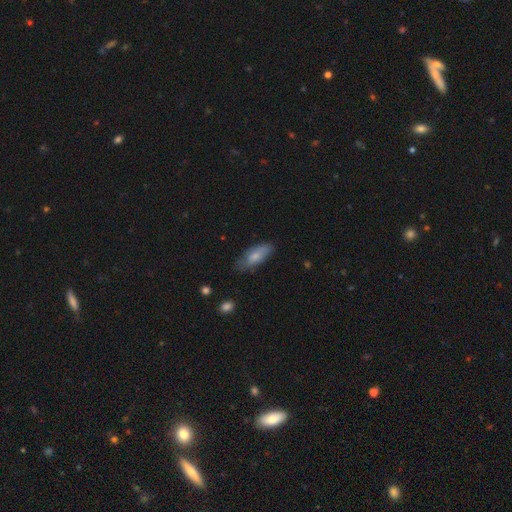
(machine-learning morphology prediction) This appears to be a smooth galaxy with no disk features (74%) that is in between round and cigar-shaped (78%). Merging: none (70%).